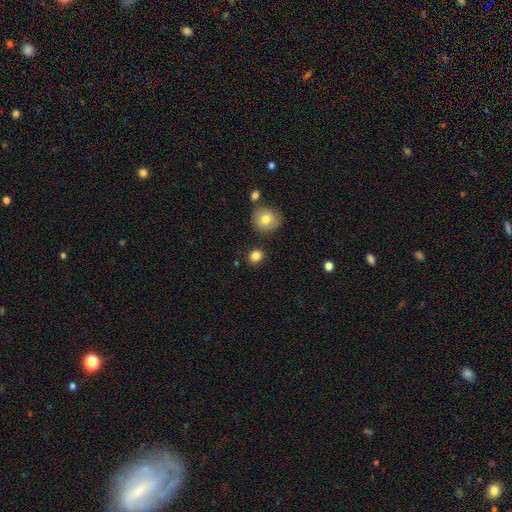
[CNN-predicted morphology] This appears to be a smooth galaxy with no disk features (84%) that is round (85%). Merging: none (86%).